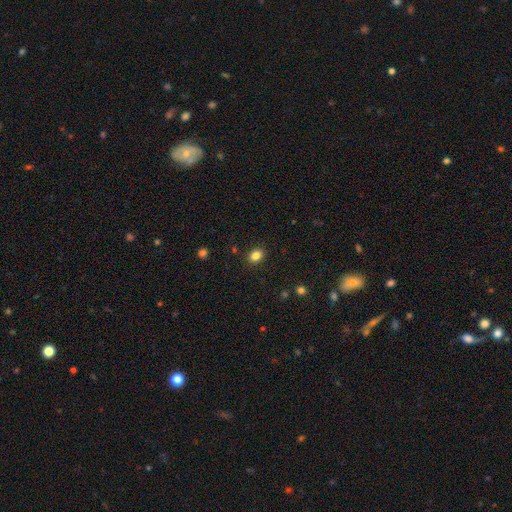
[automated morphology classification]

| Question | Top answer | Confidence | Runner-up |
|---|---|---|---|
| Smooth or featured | smooth | 84% | star or artifact (11%) |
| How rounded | in between | 62% | round (37%) |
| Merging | none | 88% | minor disturbance (8%) |